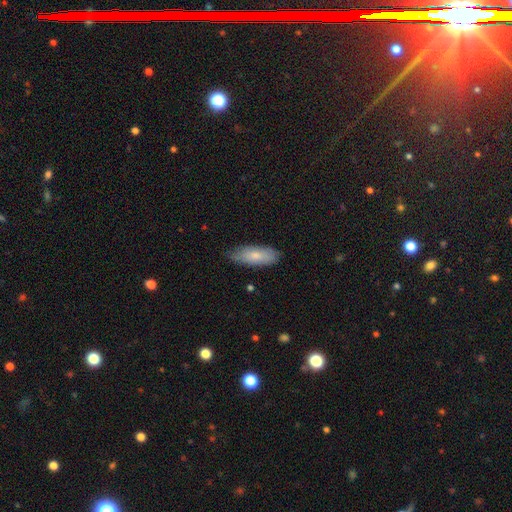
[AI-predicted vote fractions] Morphology: type=smooth (75%); roundness=in between (75%); merging=none (72%).